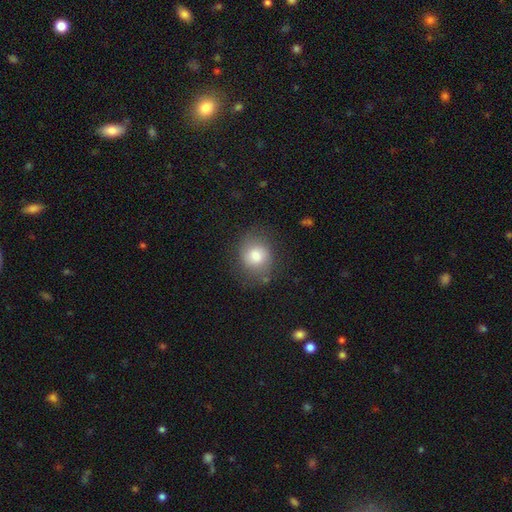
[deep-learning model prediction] Q: Smooth or featured?
A: smooth (75%); runner-up: featured or disk (16%)
Q: How rounded?
A: round (71%); runner-up: in between (28%)
Q: Merging?
A: none (72%); runner-up: minor disturbance (19%)